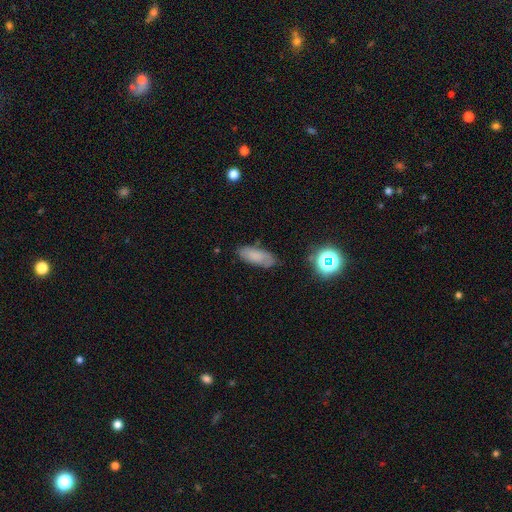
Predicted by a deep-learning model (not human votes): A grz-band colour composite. It shows a smooth galaxy with no disk features (71%) that is in between round and cigar-shaped (80%). Merging: none (73%).